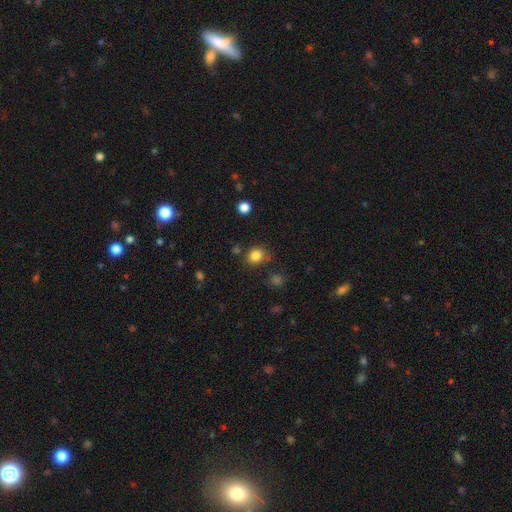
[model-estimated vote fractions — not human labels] smooth_or_featured: smooth (p=0.84) [alt: star or artifact p=0.12]
how_rounded: round (p=0.72) [alt: in between p=0.27]
merging: none (p=0.76) [alt: minor disturbance p=0.14]